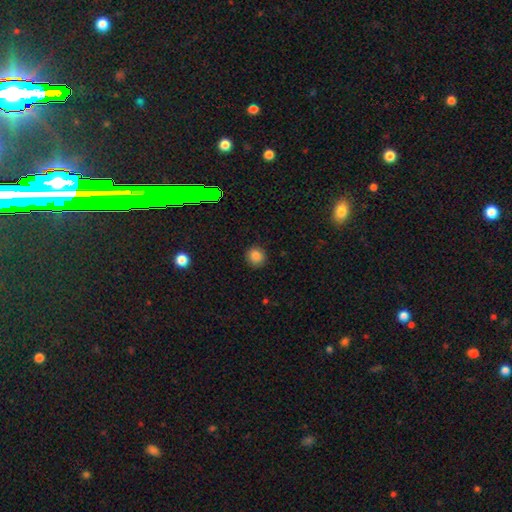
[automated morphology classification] A smooth galaxy with no disk features (84%) that is round (89%).

Vote fractions:
- Smooth or featured? smooth: 84% / star or artifact: 12% / featured or disk: 4%
- How rounded? round: 89% / in between: 10% / cigar-shaped: 1%
- Merging? none: 88% / minor disturbance: 8% / major disturbance: 2% / merger: 1%